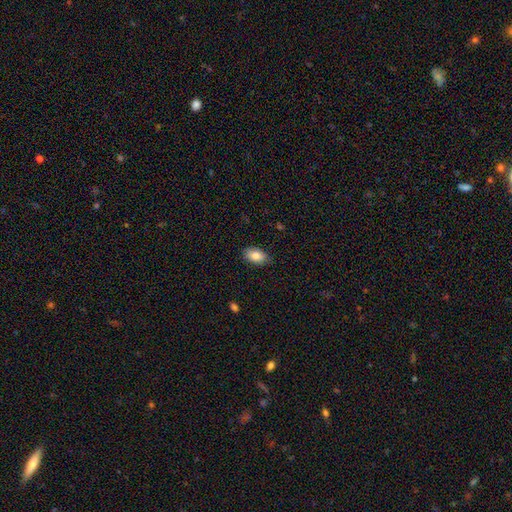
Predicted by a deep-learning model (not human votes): A smooth galaxy with no disk features (85%) that is in between round and cigar-shaped (93%). Merging: none (84%).